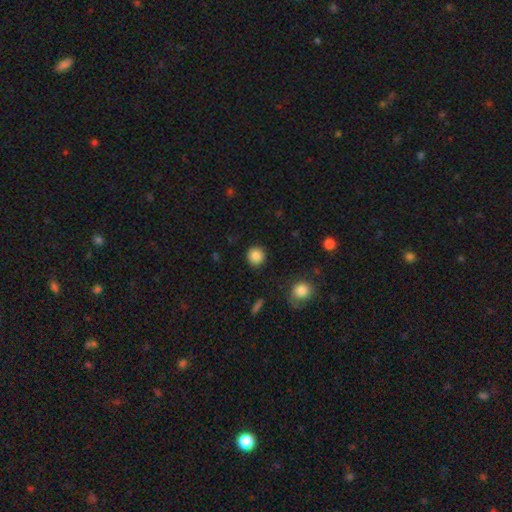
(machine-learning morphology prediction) This is clearly a smooth galaxy (86%). How rounded: clearly round (94%). Merging: clearly none (91%).